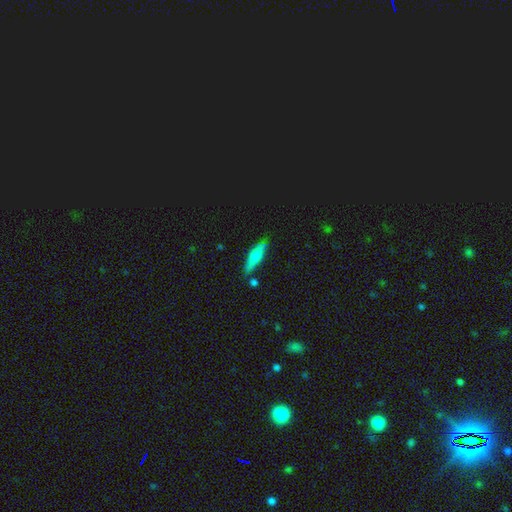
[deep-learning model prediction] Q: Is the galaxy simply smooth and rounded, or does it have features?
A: smooth — 52%.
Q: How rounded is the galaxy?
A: cigar-shaped — 68%.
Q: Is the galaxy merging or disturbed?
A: none — 76%.